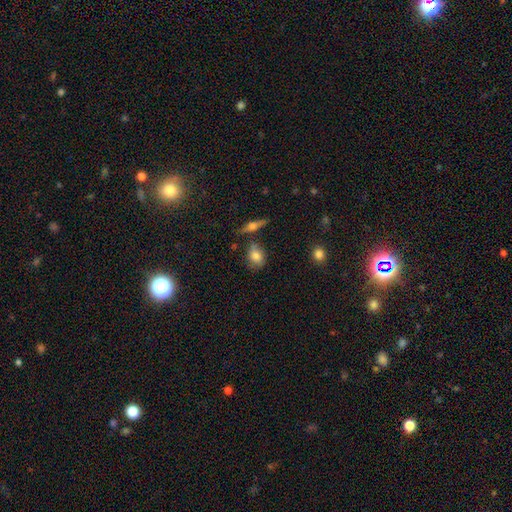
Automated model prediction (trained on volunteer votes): Smooth or featured: smooth — 78% (featured or disk — 14%)
How rounded: in between — 66% (round — 30%)
Merging: none — 63% (minor disturbance — 21%)